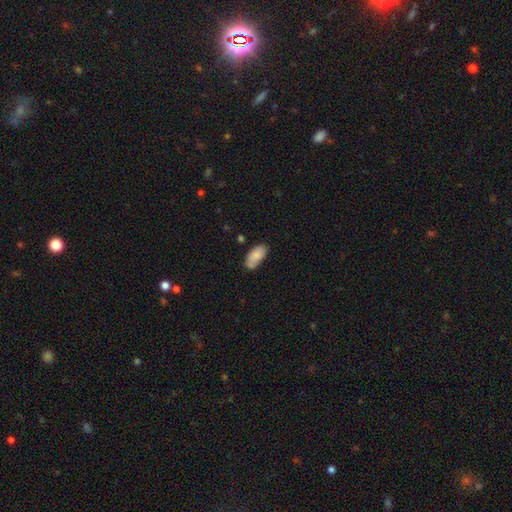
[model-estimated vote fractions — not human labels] Overall: smooth (80%). How rounded: in between (93%). Merging: none (61%; minor disturbance 27%).